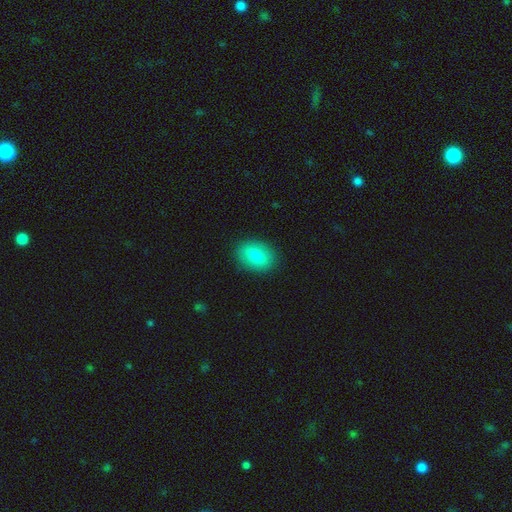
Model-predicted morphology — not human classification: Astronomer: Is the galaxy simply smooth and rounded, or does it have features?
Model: smooth — 75%.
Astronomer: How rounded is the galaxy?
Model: in between — 78%.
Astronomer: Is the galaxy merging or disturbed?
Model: none — 87%.